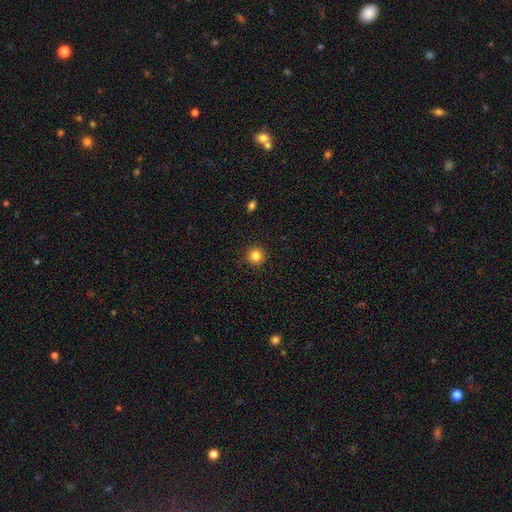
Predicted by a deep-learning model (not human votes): This is clearly a smooth galaxy (84%). How rounded: clearly round (95%). Merging: clearly none (92%).